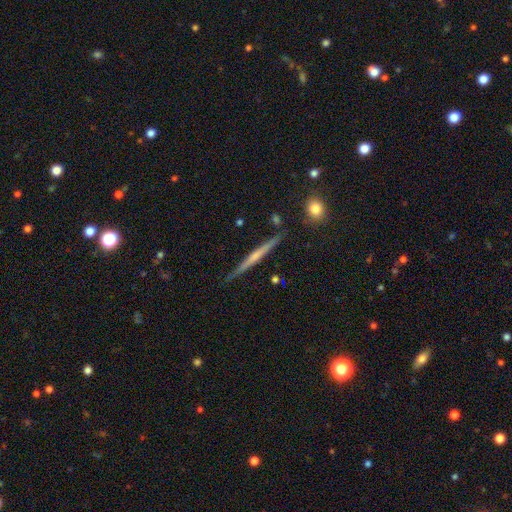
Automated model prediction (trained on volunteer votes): smooth-or-featured: featured or disk: 62% | smooth: 32% | star or artifact: 6%
  disk-edge-on: yes: 98% | no: 2%
    edge-on-bulge: none: 58% | rounded: 33% | boxy: 9%
  merging: none: 87% | minor disturbance: 9% | merger: 2% | major disturbance: 2%